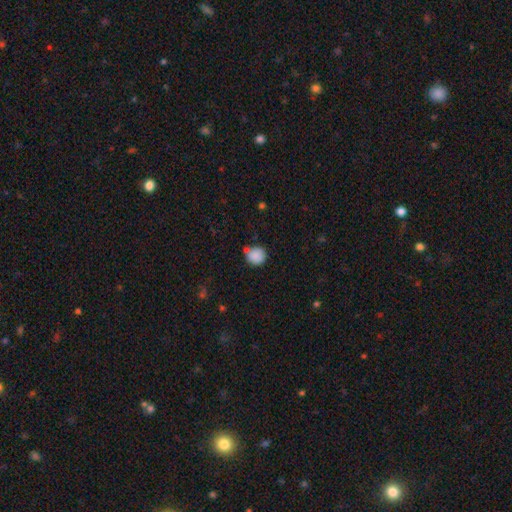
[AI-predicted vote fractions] Smooth or featured: smooth — 86% (star or artifact — 9%)
How rounded: round — 89% (in between — 11%)
Merging: none — 66% (minor disturbance — 17%)